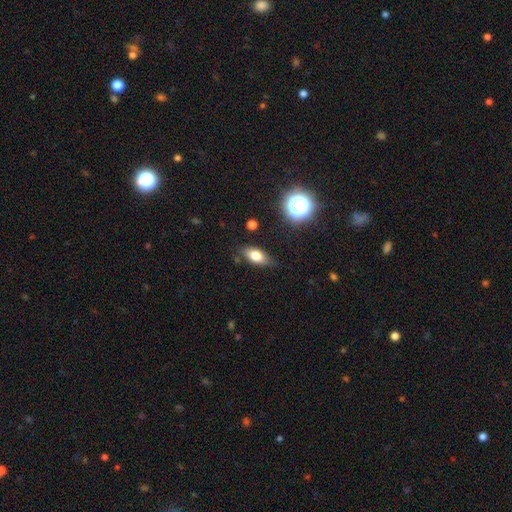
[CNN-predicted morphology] Smooth or featured: smooth — 73% (featured or disk — 17%)
How rounded: in between — 80% (cigar-shaped — 11%)
Merging: none — 78% (minor disturbance — 16%)